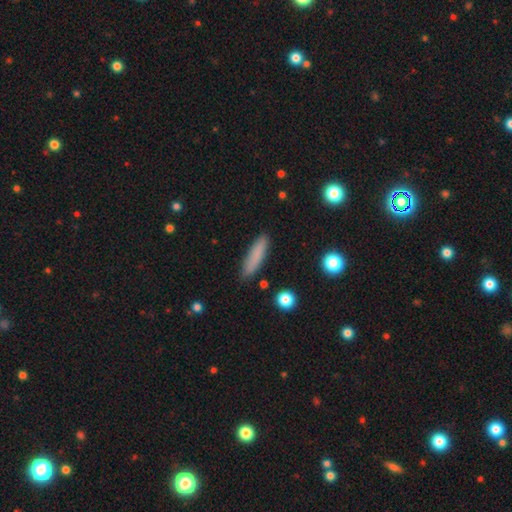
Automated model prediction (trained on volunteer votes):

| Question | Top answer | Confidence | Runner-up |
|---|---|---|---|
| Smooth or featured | smooth | 82% | featured or disk (10%) |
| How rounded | cigar-shaped | 82% | in between (16%) |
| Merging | none | 87% | minor disturbance (9%) |